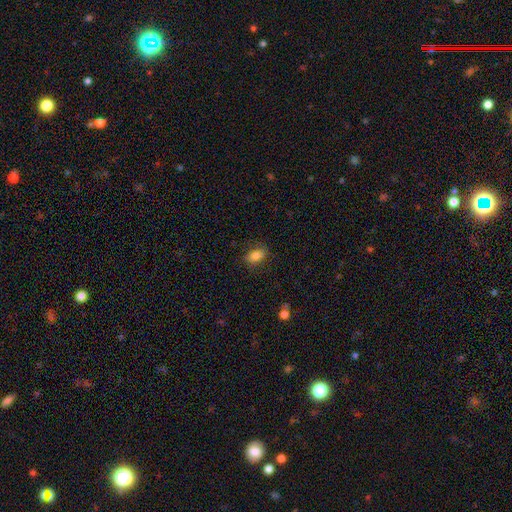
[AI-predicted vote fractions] Q: Smooth or featured?
A: smooth (83%); runner-up: star or artifact (9%)
Q: How rounded?
A: in between (87%); runner-up: round (11%)
Q: Merging?
A: none (82%); runner-up: minor disturbance (13%)